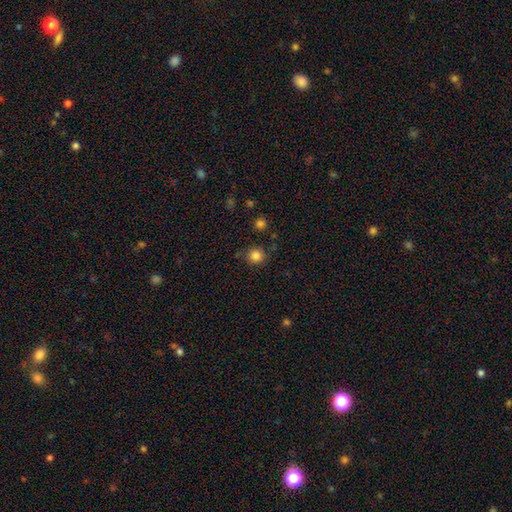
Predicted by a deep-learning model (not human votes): Q: Smooth or featured?
A: smooth (84%); runner-up: star or artifact (12%)
Q: How rounded?
A: round (92%); runner-up: in between (7%)
Q: Merging?
A: none (83%); runner-up: minor disturbance (10%)